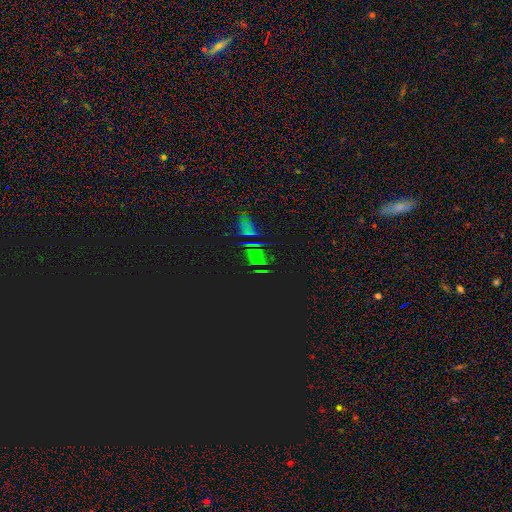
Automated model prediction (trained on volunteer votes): smooth-or-featured: star or artifact: 74% | smooth: 19% | featured or disk: 8%